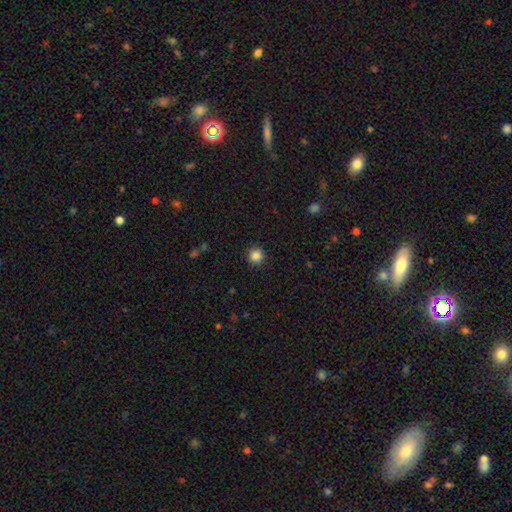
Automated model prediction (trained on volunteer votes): Smooth or featured? smooth (86%)
How rounded? round (94%)
Merging? none (91%)